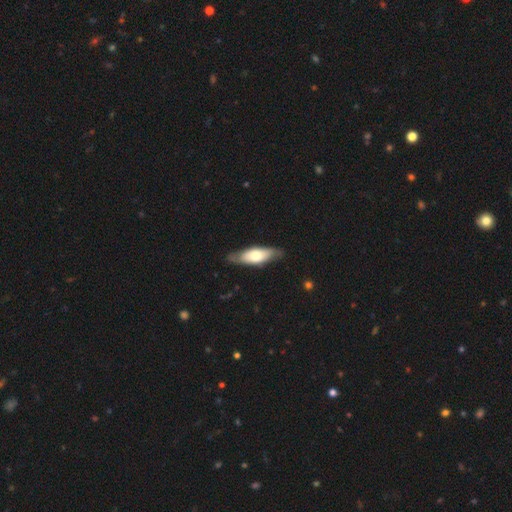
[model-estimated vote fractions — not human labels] Smooth or featured? smooth (54%)
How rounded? in between (58%)
Merging? none (78%)